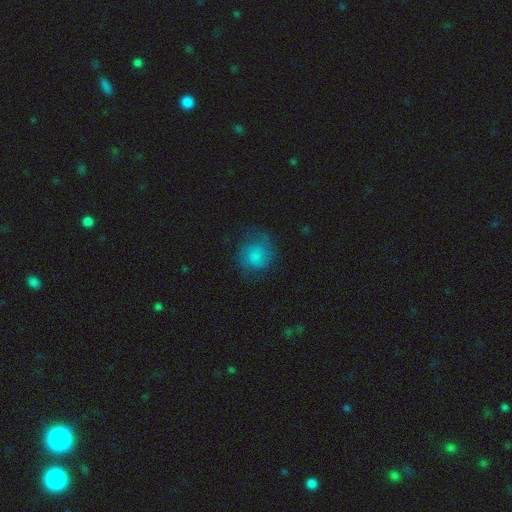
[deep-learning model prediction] Overall: smooth (47%; featured or disk 43%). Merging: none (68%).